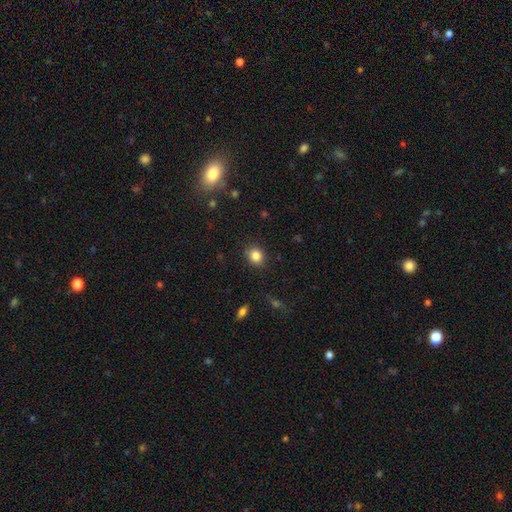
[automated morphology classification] A smooth galaxy with no disk features (84%) that is round (73%). Merging: none (87%).